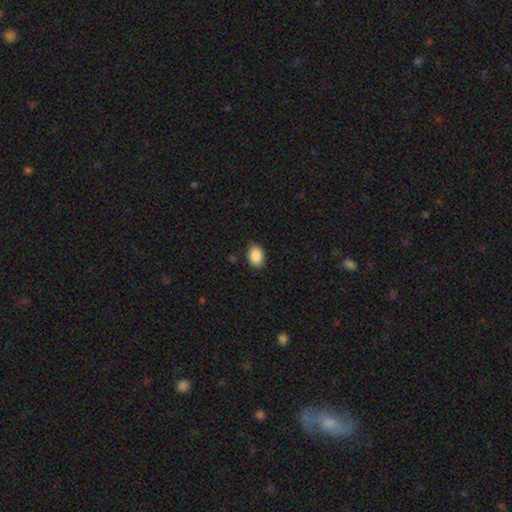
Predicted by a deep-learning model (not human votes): Smooth or featured: smooth — 89% (star or artifact — 7%)
How rounded: in between — 80% (round — 19%)
Merging: none — 84% (minor disturbance — 13%)